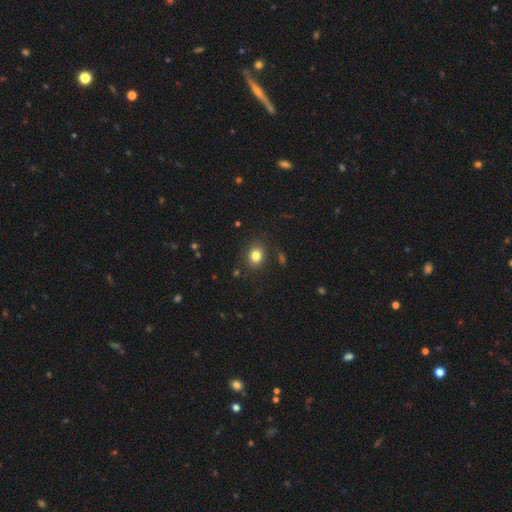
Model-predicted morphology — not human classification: smooth-or-featured: smooth: 81% | star or artifact: 12% | featured or disk: 7%
  how-rounded: round: 64% | in between: 35% | cigar-shaped: 1%
  merging: none: 87% | minor disturbance: 8% | major disturbance: 3% | merger: 2%